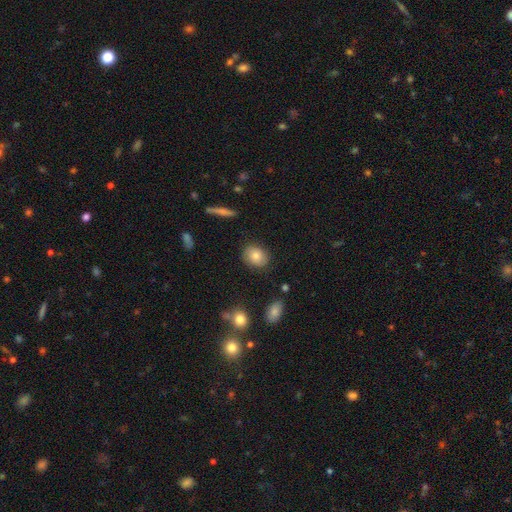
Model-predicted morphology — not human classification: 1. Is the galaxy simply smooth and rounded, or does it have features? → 80% smooth, 11% featured or disk, 9% star or artifact.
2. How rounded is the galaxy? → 51% round, 47% in between, 1% cigar-shaped.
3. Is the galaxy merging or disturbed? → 85% none, 11% minor disturbance, 3% major disturbance, 2% merger.